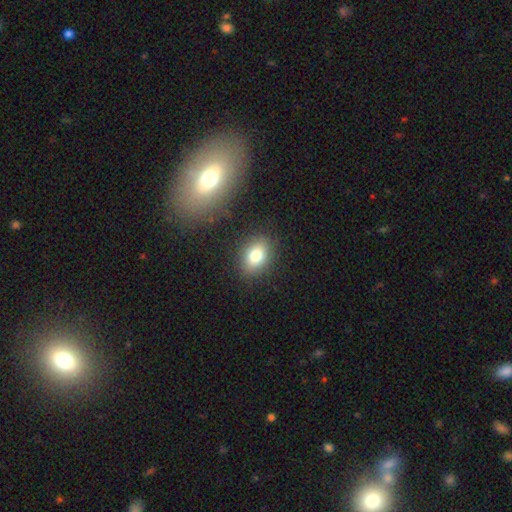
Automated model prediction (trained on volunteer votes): smooth 78%, star or artifact 11%, featured or disk 11%. Down the decision tree: how rounded — in between (69%); merging — none (85%).